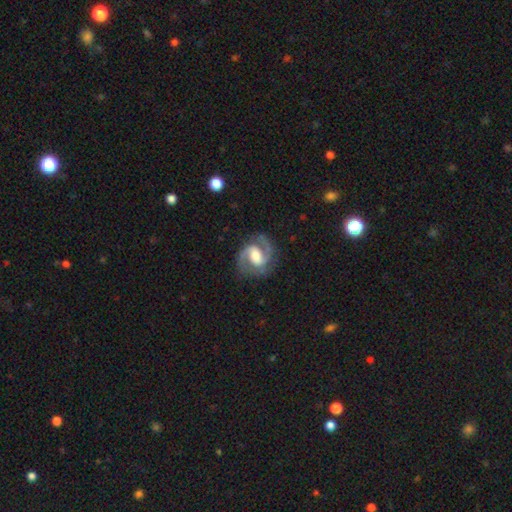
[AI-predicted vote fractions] A featured or disk galaxy (90%) with a weak bar (47%), 2 (93%) medium (60%) spiral arms (98%) and a moderate central bulge (59%). Merging: none (81%).